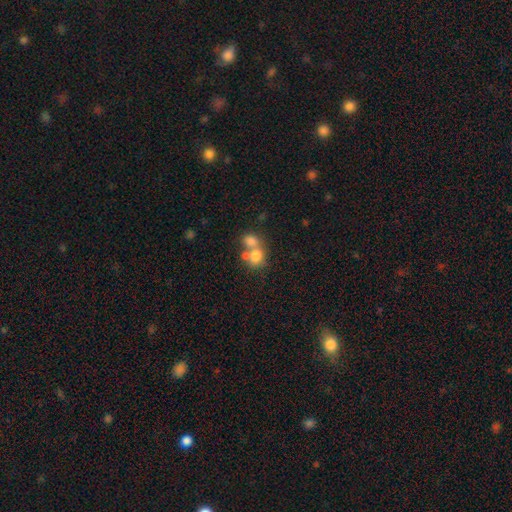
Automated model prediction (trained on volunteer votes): This appears to be a smooth galaxy with no disk features (72%) that is round (61%). Merging: merger (58%).